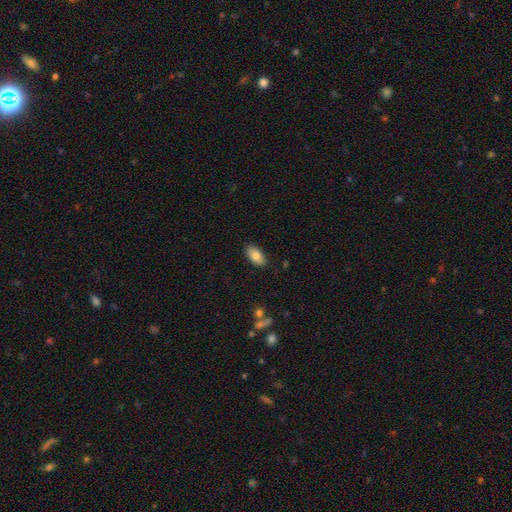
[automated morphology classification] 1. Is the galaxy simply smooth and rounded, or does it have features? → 81% smooth, 11% featured or disk, 7% star or artifact.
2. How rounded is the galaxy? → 93% in between, 4% cigar-shaped, 3% round.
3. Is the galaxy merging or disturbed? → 86% none, 10% minor disturbance, 2% major disturbance, 1% merger.